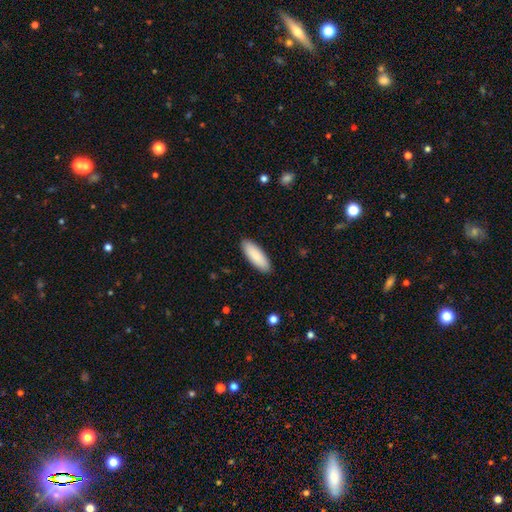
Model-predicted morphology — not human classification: A smooth galaxy with no disk features (88%) that is in between round and cigar-shaped (65%).

Vote fractions:
- Smooth or featured? smooth: 88% / featured or disk: 7% / star or artifact: 5%
- How rounded? in between: 65% / cigar-shaped: 34% / round: 1%
- Merging? none: 90% / minor disturbance: 7% / major disturbance: 1% / merger: 1%